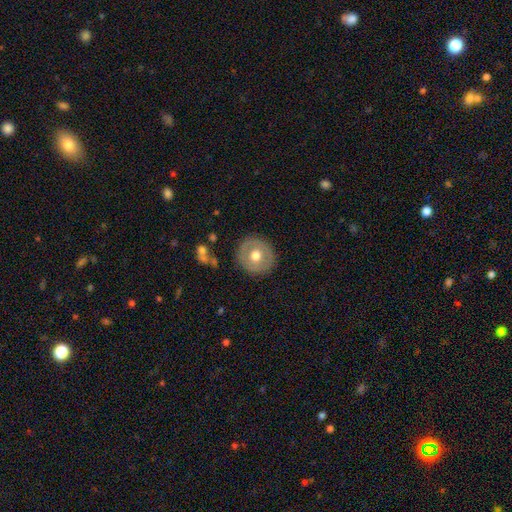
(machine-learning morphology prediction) A smooth galaxy with no disk features (56%) that is round (90%). Merging: none (87%).